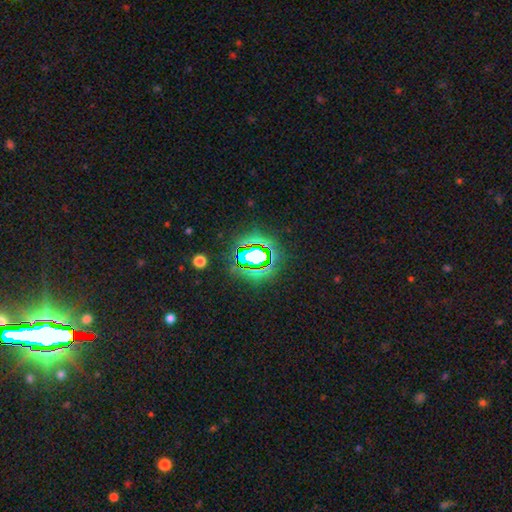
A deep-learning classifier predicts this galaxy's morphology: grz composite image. It shows a star or artifact, not a galaxy (66%).